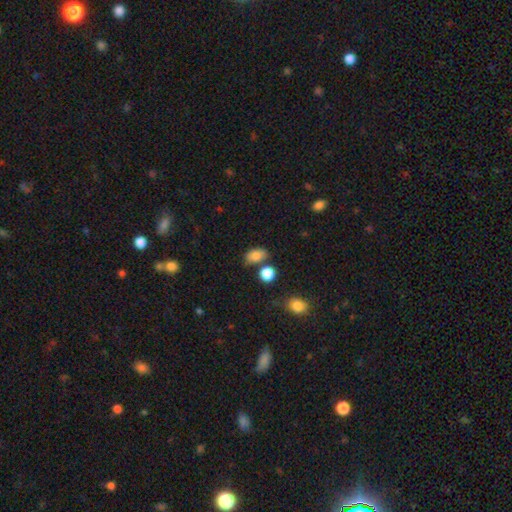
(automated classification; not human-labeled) This is clearly a smooth galaxy (82%). How rounded: likely in between (80%). Merging: likely none (64%).